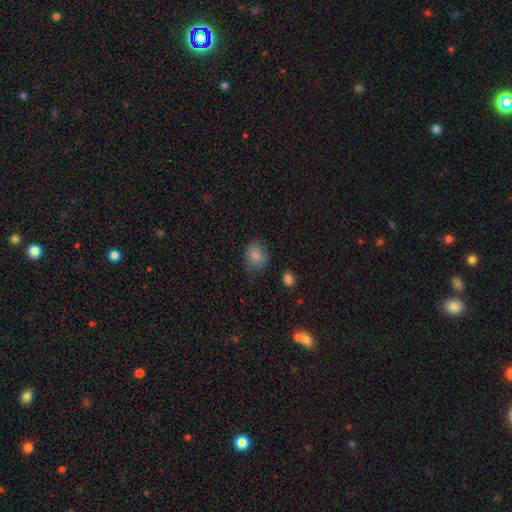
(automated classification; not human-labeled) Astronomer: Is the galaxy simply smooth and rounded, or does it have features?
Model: smooth — 85%.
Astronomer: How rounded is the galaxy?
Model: in between — 50% (runner-up: round, 49%).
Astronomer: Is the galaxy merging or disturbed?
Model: none — 72%.